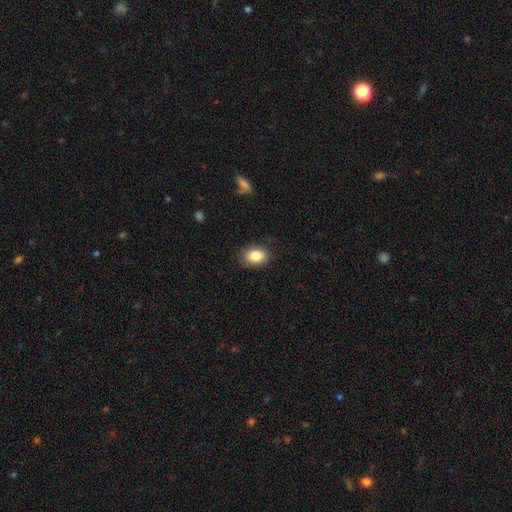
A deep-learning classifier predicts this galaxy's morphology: type=smooth (86%); roundness=in between (83%); merging=none (85%).